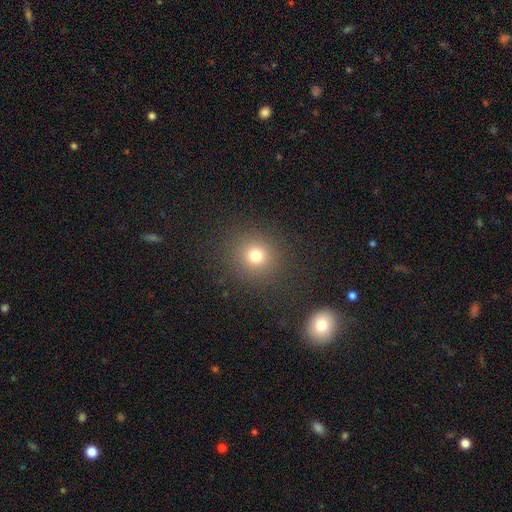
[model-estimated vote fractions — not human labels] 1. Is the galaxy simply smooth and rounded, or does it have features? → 75% smooth, 17% star or artifact, 8% featured or disk.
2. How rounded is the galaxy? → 87% round, 12% in between, 1% cigar-shaped.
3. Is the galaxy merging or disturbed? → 88% none, 7% minor disturbance, 4% major disturbance, 2% merger.